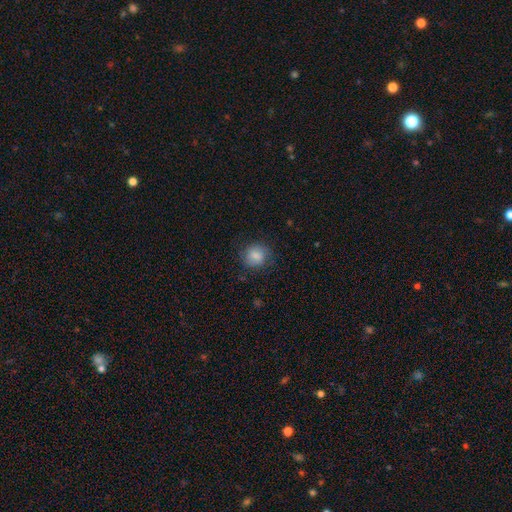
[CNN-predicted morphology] Smooth or featured?
  - smooth: 83% *
  - featured or disk: 9%
  - star or artifact: 8%
How rounded?
  - round: 79% *
  - in between: 20%
  - cigar-shaped: 1%
Merging?
  - none: 78% *
  - minor disturbance: 15%
  - major disturbance: 5%
  - merger: 1%